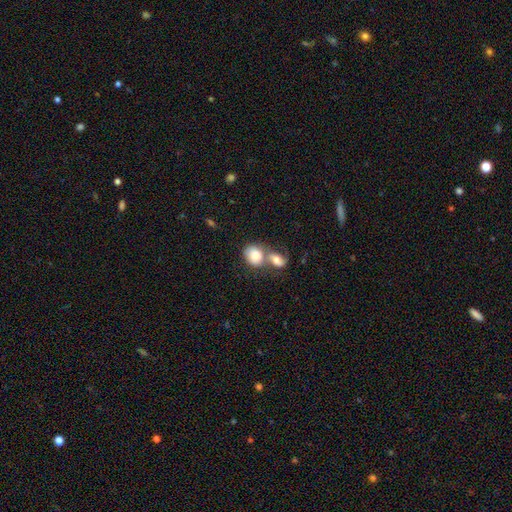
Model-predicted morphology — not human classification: smooth 77%, featured or disk 16%, star or artifact 7%. Down the decision tree: how rounded — in between (54%); merging — merger (66%).